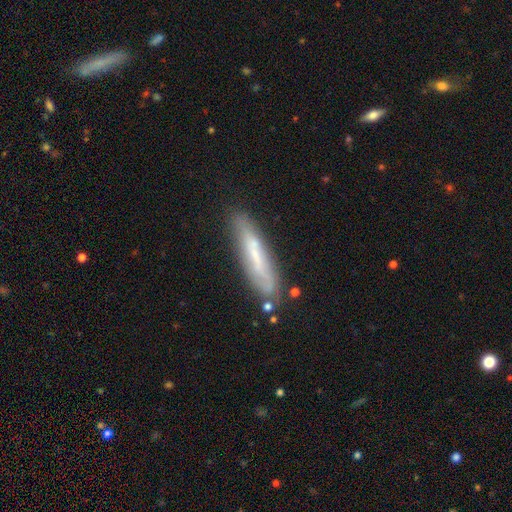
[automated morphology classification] type=smooth (48%); merging=none (74%).